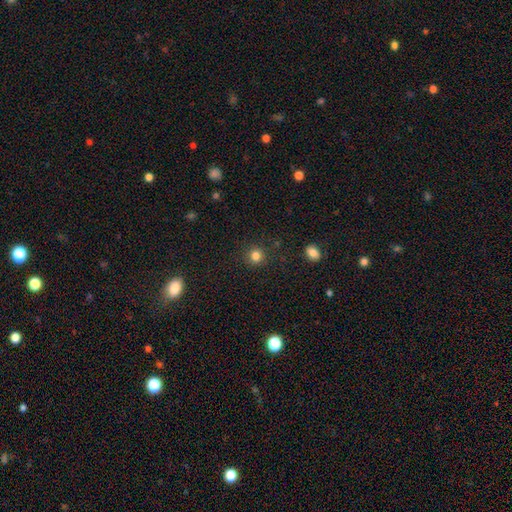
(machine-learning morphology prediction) smooth-or-featured: smooth: 82% | star or artifact: 13% | featured or disk: 5%
  how-rounded: round: 92% | in between: 7% | cigar-shaped: 1%
  merging: none: 89% | minor disturbance: 7% | major disturbance: 2% | merger: 2%